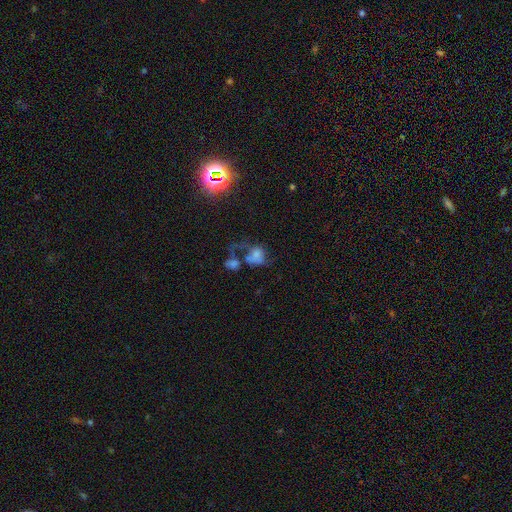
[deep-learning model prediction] This is possibly a smooth galaxy (56%). How rounded: possibly in between (55%). Merging: marginally merger (41%).